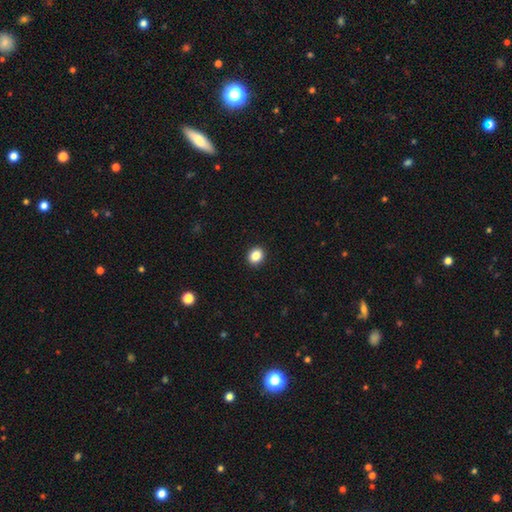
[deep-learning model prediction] A smooth galaxy with no disk features (86%) that is round (58%). Merging: none (92%).